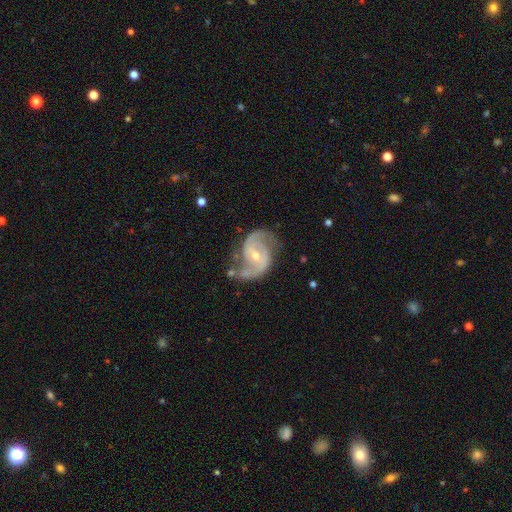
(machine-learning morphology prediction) smooth_or_featured: featured or disk (p=0.91) [alt: star or artifact p=0.05]
disk_edge_on: no (p=0.98) [alt: yes p=0.02]
bar: weak (p=0.47) [alt: no p=0.38]
has_spiral_arms: yes (p=0.97) [alt: no p=0.03]
spiral_winding: medium (p=0.57) [alt: loose p=0.22]
spiral_arm_count: 2 (p=0.91) [alt: can't tell p=0.03]
bulge_size: small (p=0.56) [alt: moderate p=0.40]
merging: none (p=0.67) [alt: minor disturbance p=0.20]